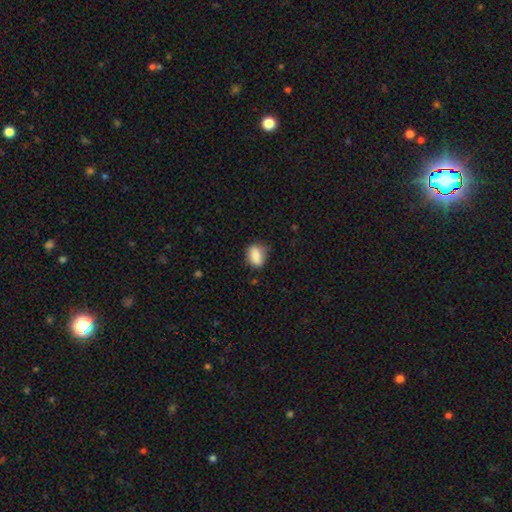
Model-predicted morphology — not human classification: type=smooth (82%); roundness=in between (69%); merging=none (69%).